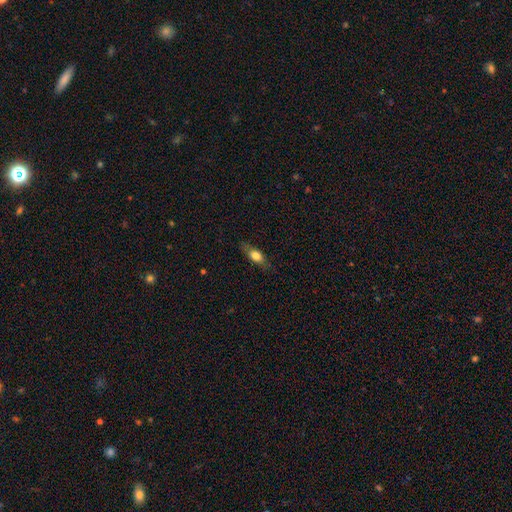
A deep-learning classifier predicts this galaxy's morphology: Smooth or featured? smooth (67%)
How rounded? in between (64%)
Merging? none (77%)